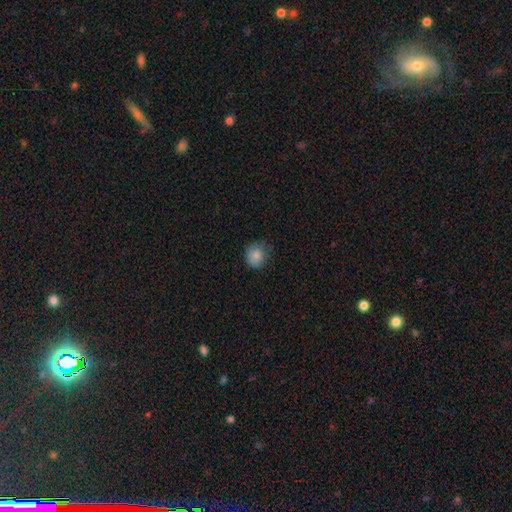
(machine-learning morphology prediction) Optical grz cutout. It shows a smooth galaxy with no disk features (85%) that is round (84%). Merging: none (69%).